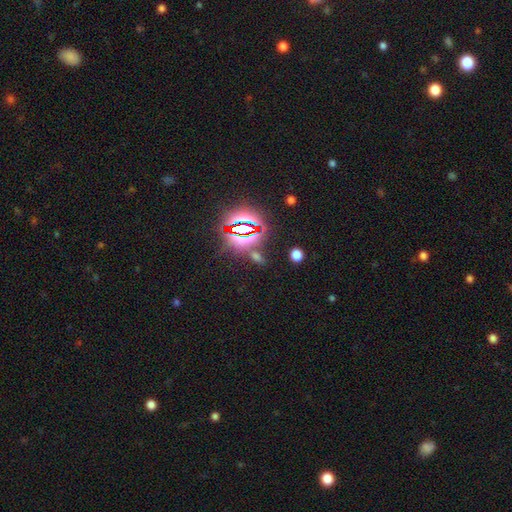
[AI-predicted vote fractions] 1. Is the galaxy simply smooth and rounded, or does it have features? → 62% star or artifact, 29% smooth, 8% featured or disk.